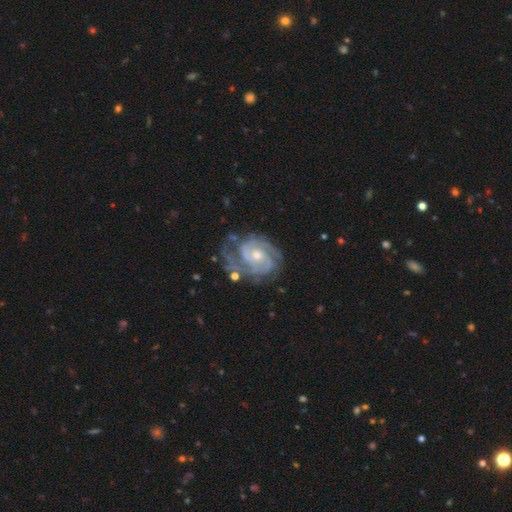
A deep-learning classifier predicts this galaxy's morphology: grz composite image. It shows a featured or disk galaxy (92%) with no bar (65%), 2 (36%) tight (66%) spiral arms (98%) and a moderate central bulge (49%). Merging: none (64%).